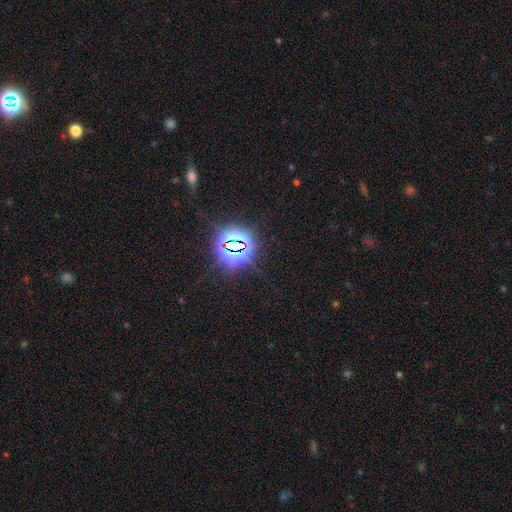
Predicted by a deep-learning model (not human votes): Q: Smooth or featured?
A: star or artifact (83%); runner-up: smooth (12%)